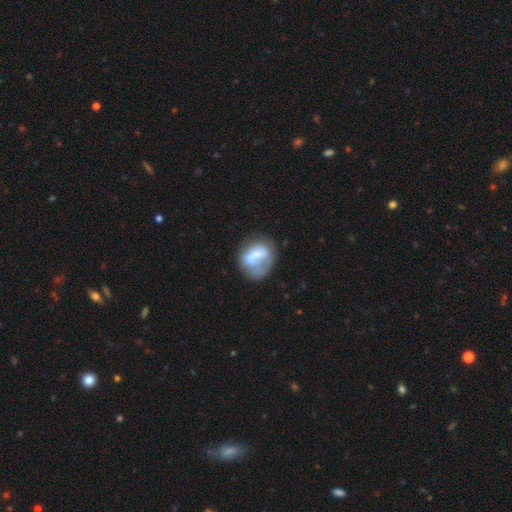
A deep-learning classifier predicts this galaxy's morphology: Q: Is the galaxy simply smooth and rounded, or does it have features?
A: smooth — 59%.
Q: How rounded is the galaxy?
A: round — 55%.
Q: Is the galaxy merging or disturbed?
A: none — 41%.